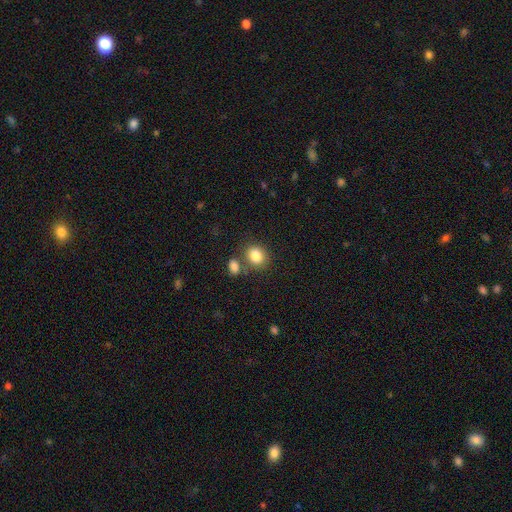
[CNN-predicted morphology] smooth_or_featured: smooth (p=0.84) [alt: star or artifact p=0.09]
how_rounded: round (p=0.60) [alt: in between p=0.39]
merging: none (p=0.67) [alt: merger p=0.18]